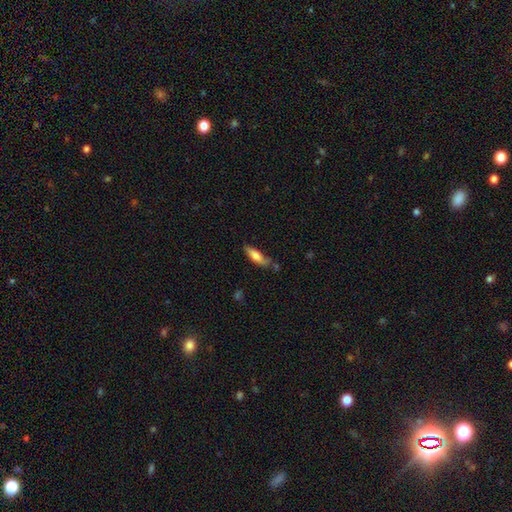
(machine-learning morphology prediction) The model was most divided on "how rounded": cigar-shaped: 50%, in between: 48%, round: 2%. More confident: smooth or featured — smooth (72%); merging — none (60%).